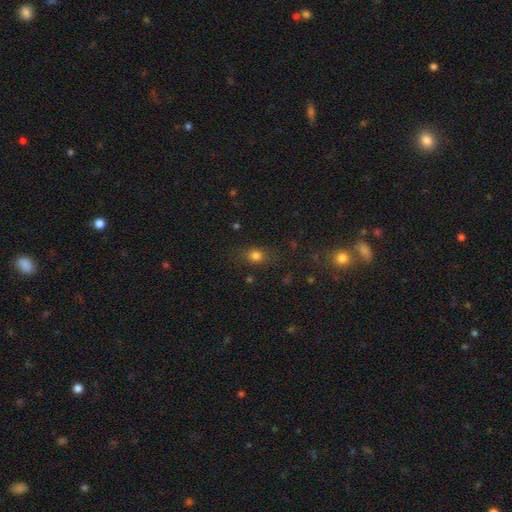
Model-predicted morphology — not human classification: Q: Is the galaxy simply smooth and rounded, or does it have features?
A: smooth — 77%.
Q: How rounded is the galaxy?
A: round — 54%.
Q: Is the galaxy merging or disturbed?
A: none — 79%.